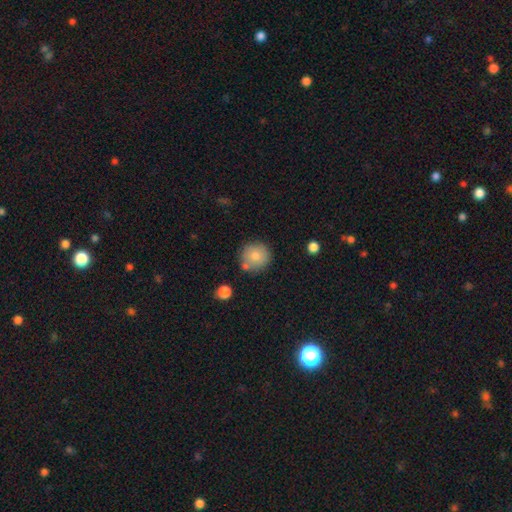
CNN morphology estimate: Smooth or featured: smooth — 80% (featured or disk — 11%)
How rounded: round — 93% (in between — 6%)
Merging: none — 74% (minor disturbance — 12%)